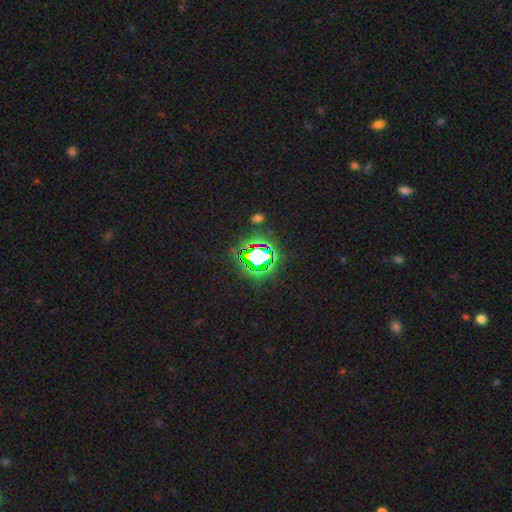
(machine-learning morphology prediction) Smooth or featured? Predicted: star or artifact (p=0.74).